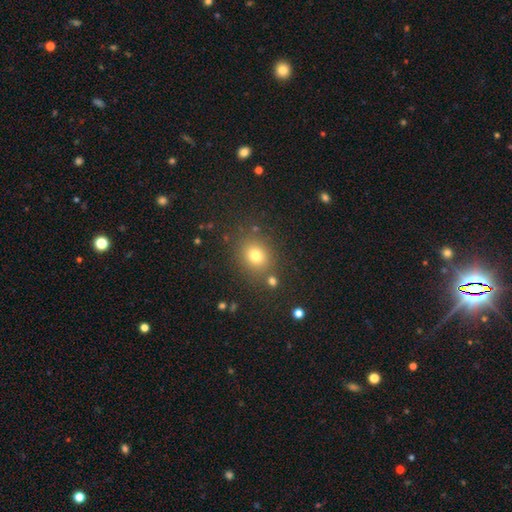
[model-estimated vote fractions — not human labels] The model was most divided on "how rounded": round: 72%, in between: 27%, cigar-shaped: 1%. More confident: merging — none (81%); smooth or featured — smooth (76%).